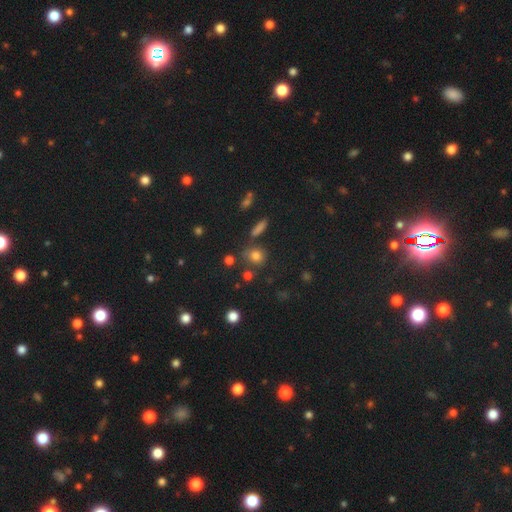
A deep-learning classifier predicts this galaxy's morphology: A smooth galaxy with no disk features (77%) that is round (77%). Merging: none (72%).